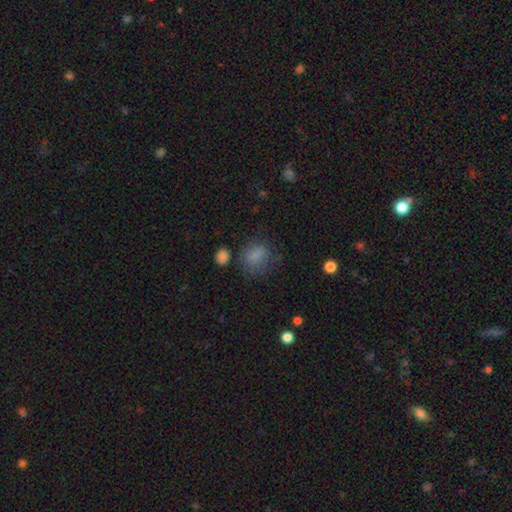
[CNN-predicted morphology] The model was most divided on "how rounded": round: 54%, in between: 45%, cigar-shaped: 1%. More confident: smooth or featured — smooth (78%); merging — none (56%).